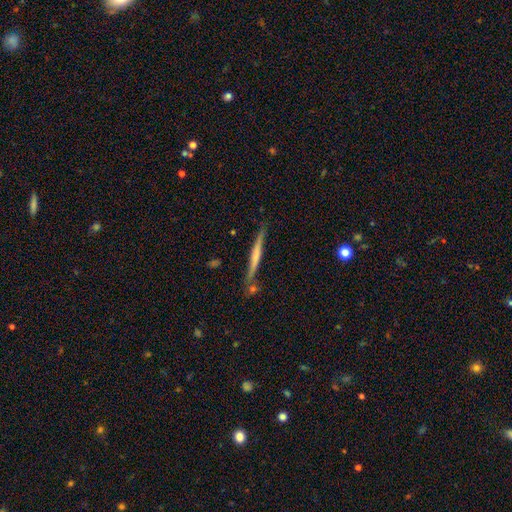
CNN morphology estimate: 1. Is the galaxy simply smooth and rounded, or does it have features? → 53% featured or disk, 41% smooth, 6% star or artifact.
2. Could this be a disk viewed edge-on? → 97% yes, 3% no.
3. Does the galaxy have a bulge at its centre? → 58% none, 24% rounded, 18% boxy.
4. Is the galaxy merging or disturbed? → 80% none, 12% minor disturbance, 5% merger, 3% major disturbance.